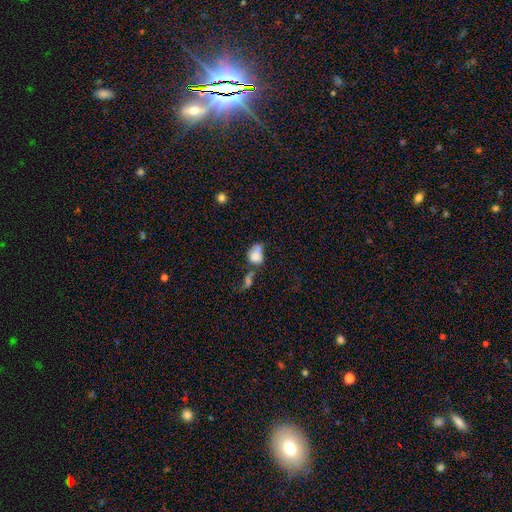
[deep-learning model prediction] The model was most divided on "merging": merger: 39%, none: 23%, major disturbance: 21%, minor disturbance: 18%. More confident: smooth or featured — smooth (71%); how rounded — in between (68%).